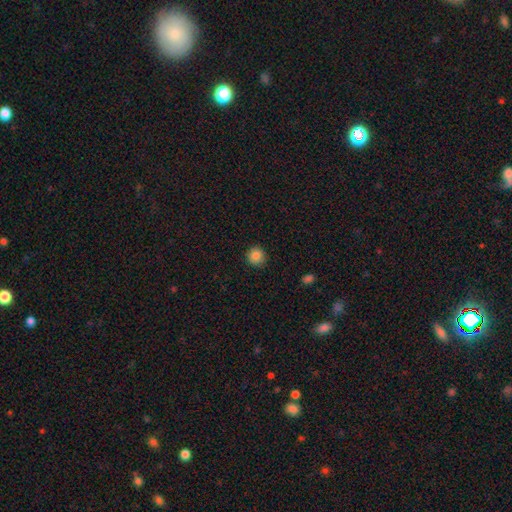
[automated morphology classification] Smooth or featured: smooth — 85% (star or artifact — 10%)
How rounded: round — 93% (in between — 6%)
Merging: none — 91% (minor disturbance — 6%)